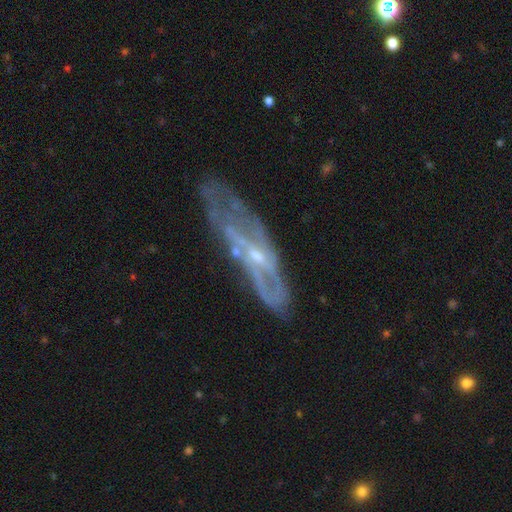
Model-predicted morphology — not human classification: Overall: featured or disk (74%). Edge-on disk: no (68%; yes 32%). Bar: no (60%; weak 29%). Spiral arms: yes (64%; no 36%). Bulge size: small (72%). Merging: none (57%; minor disturbance 23%).